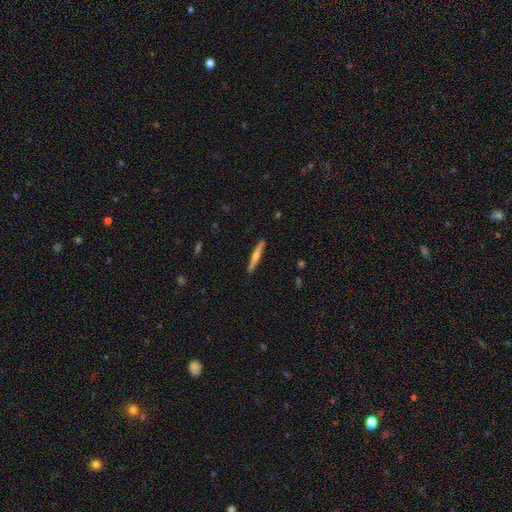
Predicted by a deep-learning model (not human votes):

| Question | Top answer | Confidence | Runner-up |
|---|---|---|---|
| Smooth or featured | featured or disk | 57% | smooth (38%) |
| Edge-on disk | yes | 97% | no (3%) |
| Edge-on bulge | rounded | 80% | none (14%) |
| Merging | none | 89% | minor disturbance (8%) |